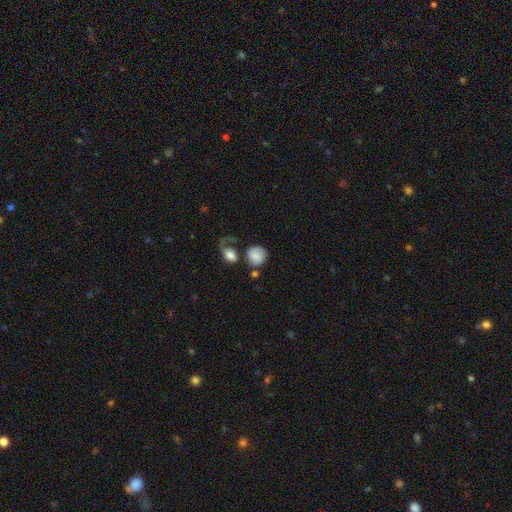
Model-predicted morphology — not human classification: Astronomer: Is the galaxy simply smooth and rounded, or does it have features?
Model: smooth — 79%.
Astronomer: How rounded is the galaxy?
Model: round — 83%.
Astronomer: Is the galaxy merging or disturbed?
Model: none — 50%.